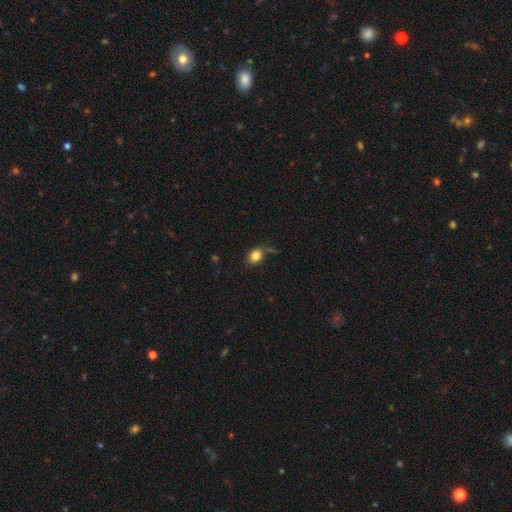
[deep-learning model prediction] smooth-or-featured: smooth: 83% | star or artifact: 10% | featured or disk: 7%
  how-rounded: in between: 55% | round: 44% | cigar-shaped: 1%
  merging: none: 70% | minor disturbance: 19% | major disturbance: 6% | merger: 6%